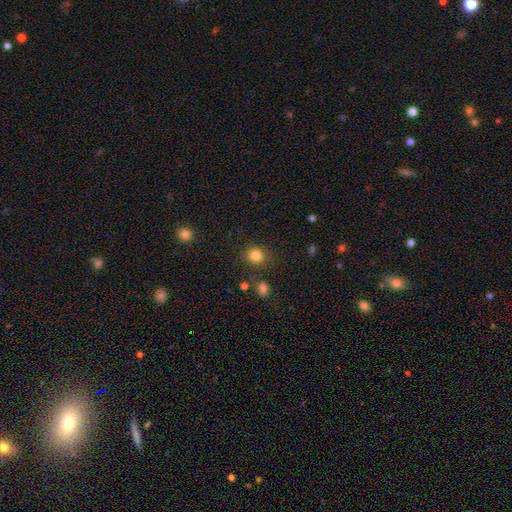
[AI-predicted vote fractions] Smooth or featured? smooth (83%)
How rounded? round (80%)
Merging? none (84%)